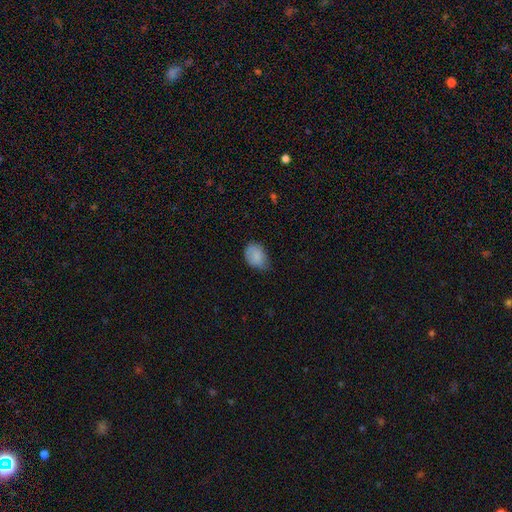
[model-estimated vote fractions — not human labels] Q: Smooth or featured?
A: smooth (85%); runner-up: star or artifact (8%)
Q: How rounded?
A: in between (75%); runner-up: round (24%)
Q: Merging?
A: none (55%); runner-up: minor disturbance (36%)